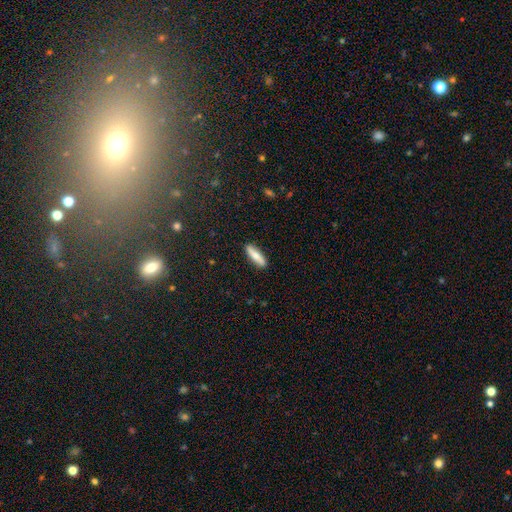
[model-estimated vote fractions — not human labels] smooth 69%, featured or disk 25%, star or artifact 6%. Down the decision tree: how rounded — cigar-shaped (68%); merging — none (89%).